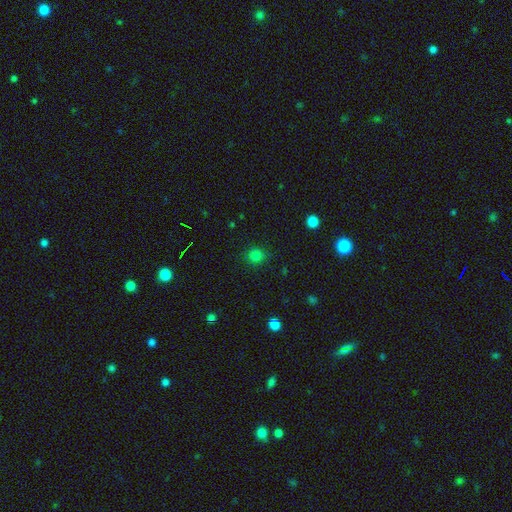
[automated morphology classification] type=smooth (80%); roundness=round (88%); merging=none (87%).